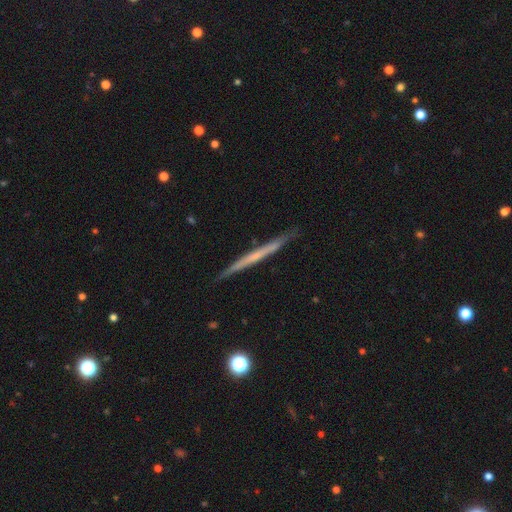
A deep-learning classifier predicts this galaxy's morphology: Q: Smooth or featured?
A: featured or disk (57%); runner-up: smooth (37%)
Q: Edge-on disk?
A: yes (97%); runner-up: no (3%)
Q: Edge-on bulge?
A: none (85%); runner-up: rounded (11%)
Q: Merging?
A: none (90%); runner-up: minor disturbance (8%)